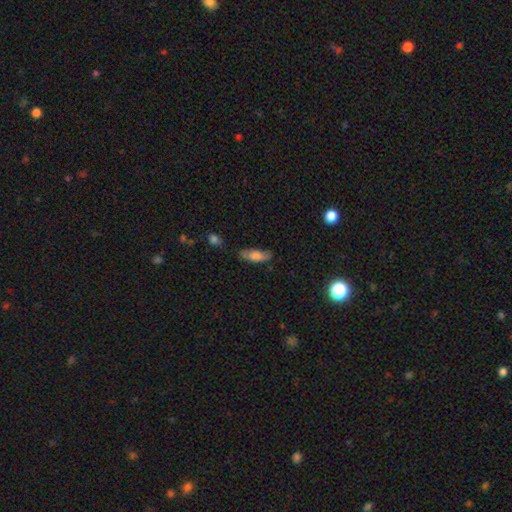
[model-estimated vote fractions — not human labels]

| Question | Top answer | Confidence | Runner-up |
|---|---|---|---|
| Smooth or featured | smooth | 74% | featured or disk (19%) |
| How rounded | in between | 64% | cigar-shaped (33%) |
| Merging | none | 68% | minor disturbance (23%) |